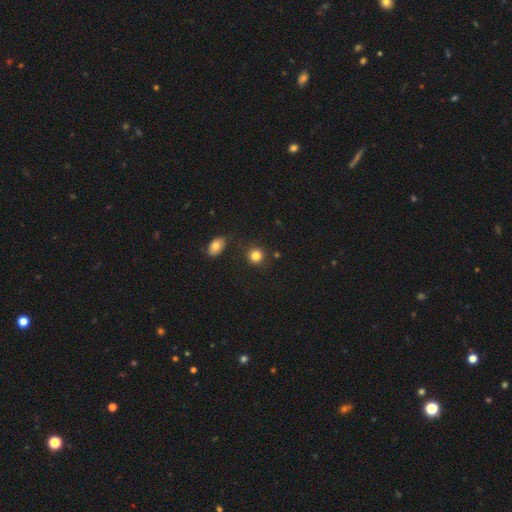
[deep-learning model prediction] Smooth or featured?
  - smooth: 83% *
  - star or artifact: 11%
  - featured or disk: 6%
How rounded?
  - round: 87% *
  - in between: 12%
  - cigar-shaped: 1%
Merging?
  - none: 85% *
  - minor disturbance: 8%
  - merger: 4%
  - major disturbance: 3%